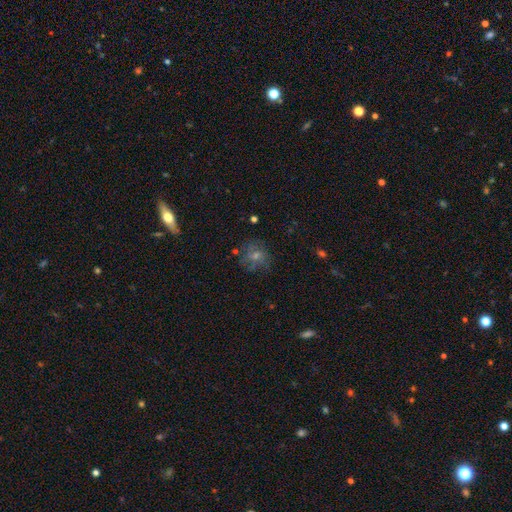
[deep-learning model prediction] This is possibly a featured or disk galaxy (45%). Merging: likely none (76%).